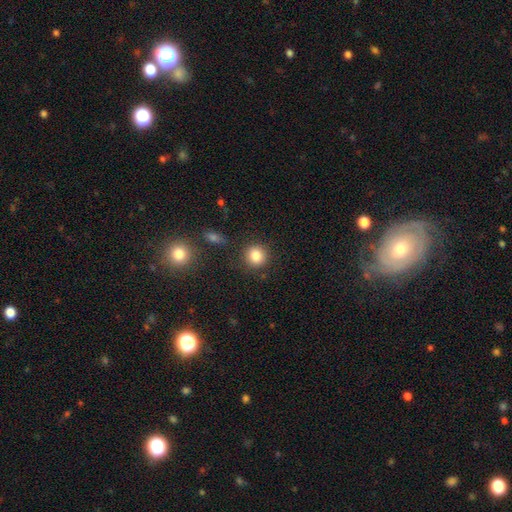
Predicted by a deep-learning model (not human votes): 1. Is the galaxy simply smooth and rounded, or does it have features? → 83% smooth, 11% star or artifact, 6% featured or disk.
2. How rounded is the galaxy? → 89% round, 10% in between, 1% cigar-shaped.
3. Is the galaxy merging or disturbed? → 87% none, 7% minor disturbance, 3% major disturbance, 3% merger.